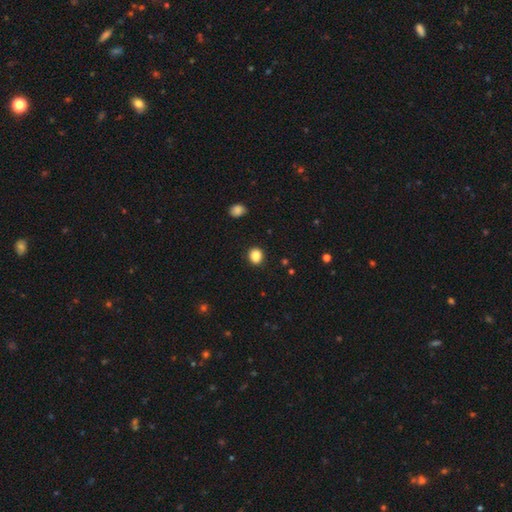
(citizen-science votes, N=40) Q: Smooth or featured?
A: smooth (82%); runner-up: star or artifact (12%)
Q: How rounded?
A: round (94%); runner-up: in between (6%)
Q: Merging?
A: none (97%); runner-up: minor disturbance (3%)